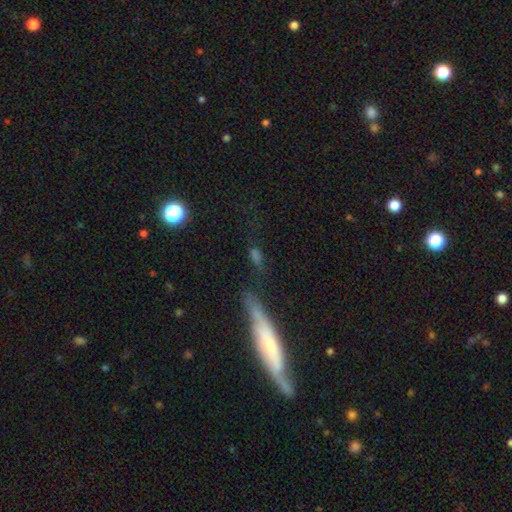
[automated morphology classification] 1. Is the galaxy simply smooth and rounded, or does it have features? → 53% smooth, 24% featured or disk, 22% star or artifact.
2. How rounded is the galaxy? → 46% cigar-shaped, 39% in between, 16% round.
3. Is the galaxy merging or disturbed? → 54% none, 19% minor disturbance, 16% major disturbance, 11% merger.